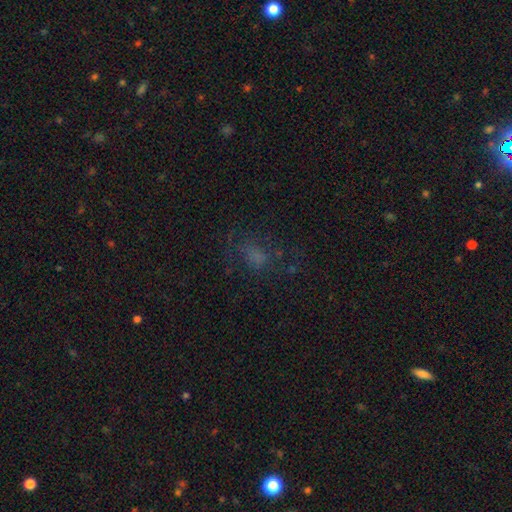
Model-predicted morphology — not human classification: This is possibly a smooth galaxy (50%). Merging: possibly none (52%).